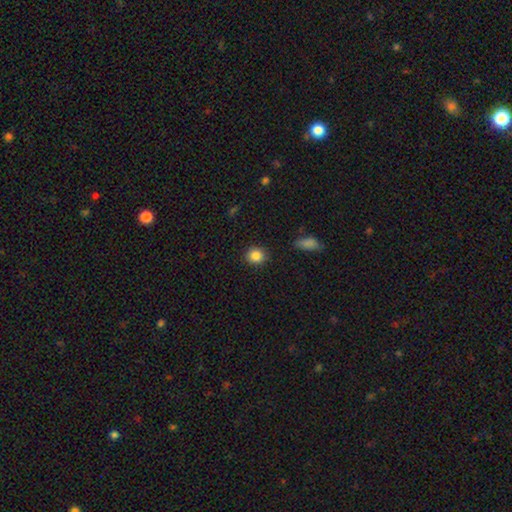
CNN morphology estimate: The model was most divided on "how rounded": round: 81%, in between: 18%, cigar-shaped: 1%. More confident: merging — none (88%); smooth or featured — smooth (86%).